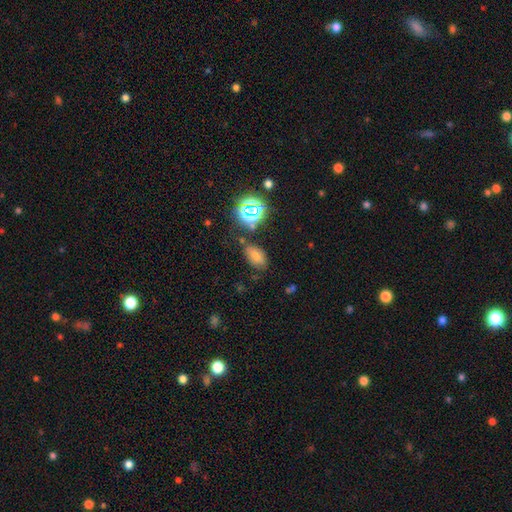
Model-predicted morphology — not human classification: Smooth or featured?
  - smooth: 68% *
  - star or artifact: 23%
  - featured or disk: 9%
How rounded?
  - in between: 88% *
  - round: 9%
  - cigar-shaped: 3%
Merging?
  - none: 70% *
  - minor disturbance: 19%
  - major disturbance: 6%
  - merger: 6%